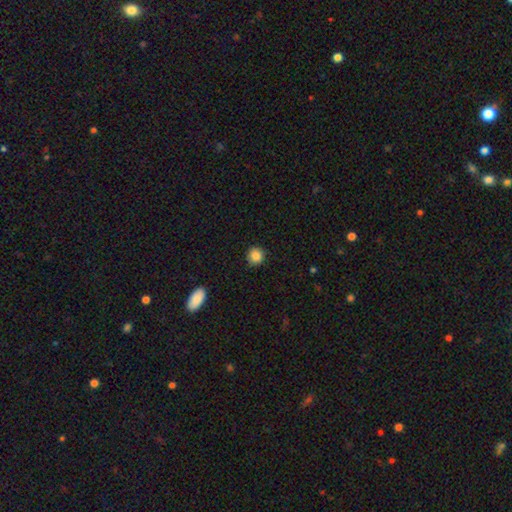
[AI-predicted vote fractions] Smooth or featured: smooth — 86% (star or artifact — 10%)
How rounded: round — 91% (in between — 8%)
Merging: none — 89% (minor disturbance — 8%)